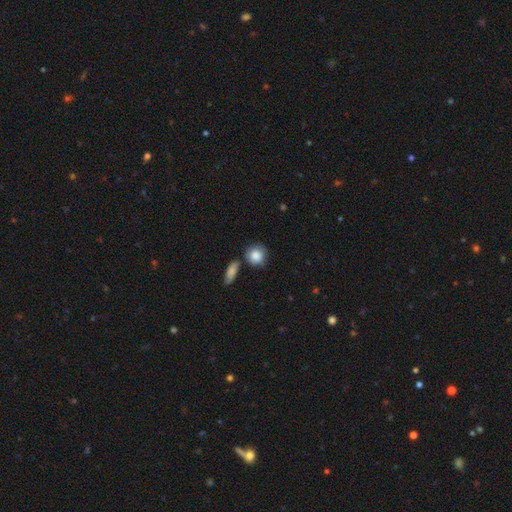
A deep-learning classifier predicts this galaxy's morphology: Smooth or featured? smooth (84%)
How rounded? round (81%)
Merging? none (64%)